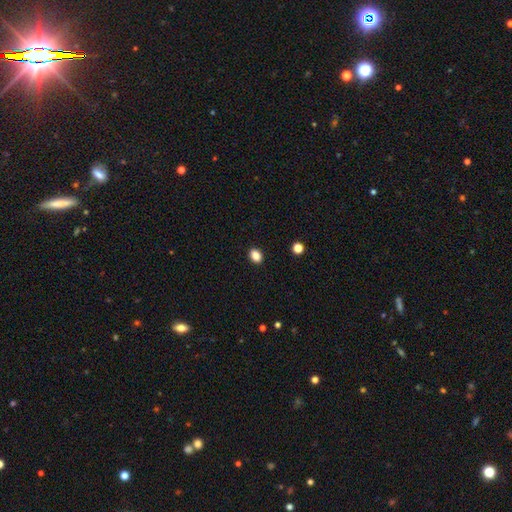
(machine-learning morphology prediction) smooth-or-featured: smooth: 87% | star or artifact: 10% | featured or disk: 3%
  how-rounded: in between: 69% | round: 30% | cigar-shaped: 1%
  merging: none: 91% | minor disturbance: 7% | major disturbance: 2% | merger: 1%